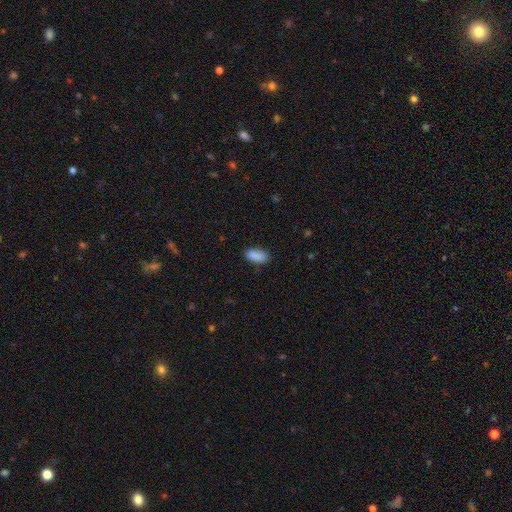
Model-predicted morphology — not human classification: Smooth or featured? Predicted: smooth (p=0.89). How rounded? Predicted: in between (p=0.91). Merging? Predicted: none (p=0.82).